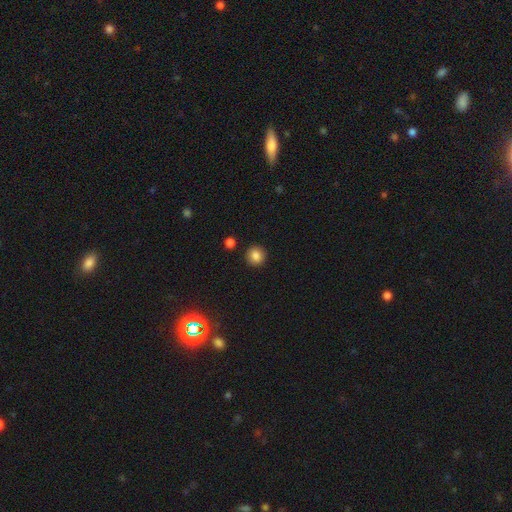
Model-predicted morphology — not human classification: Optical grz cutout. It shows a smooth galaxy with no disk features (85%) that is round (92%). Merging: none (91%).